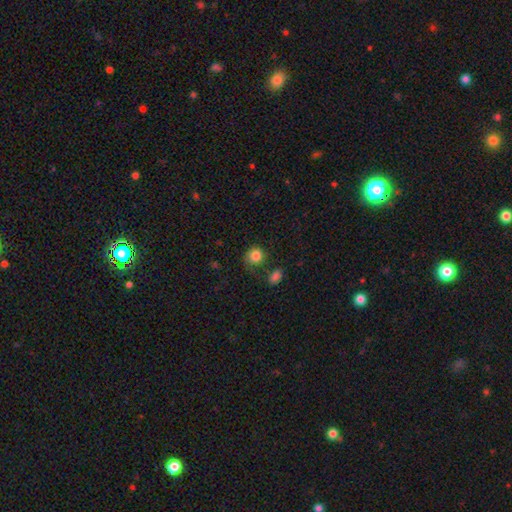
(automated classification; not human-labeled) Overall: smooth (83%). How rounded: round (80%). Merging: none (53%; minor disturbance 22%).